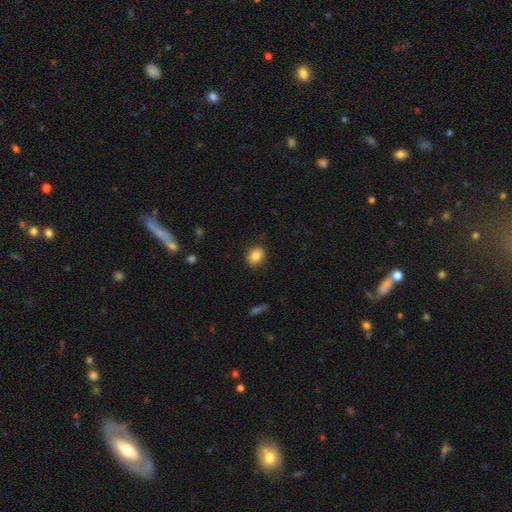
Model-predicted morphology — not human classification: smooth_or_featured: smooth (p=0.85) [alt: star or artifact p=0.09]
how_rounded: in between (p=0.63) [alt: round p=0.36]
merging: none (p=0.87) [alt: minor disturbance p=0.10]